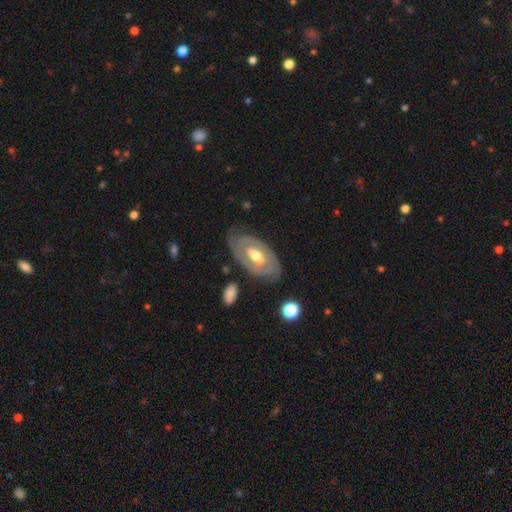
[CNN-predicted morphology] smooth-or-featured: featured or disk: 74% | smooth: 21% | star or artifact: 5%
  disk-edge-on: no: 92% | yes: 8%
    bar: no: 44% | weak: 37% | strong: 19%
    has-spiral-arms: yes: 61% | no: 39%
    bulge-size: moderate: 72% | small: 17% | large: 9% | none: 1% | dominant: 1%
  merging: none: 73% | minor disturbance: 17% | major disturbance: 7% | merger: 2%